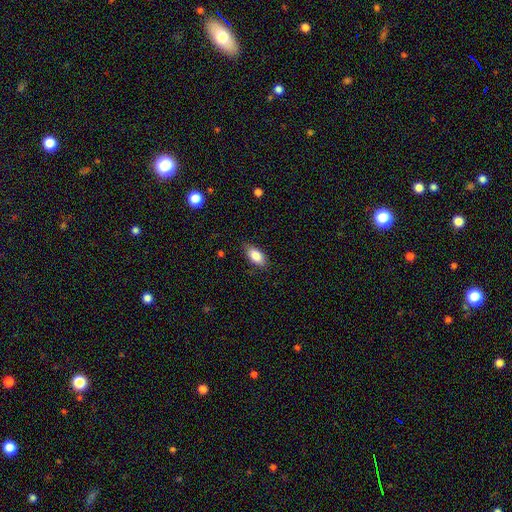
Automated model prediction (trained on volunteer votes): Smooth or featured?
  - smooth: 85% *
  - featured or disk: 8%
  - star or artifact: 7%
How rounded?
  - in between: 90% *
  - cigar-shaped: 6%
  - round: 4%
Merging?
  - none: 82% *
  - minor disturbance: 14%
  - major disturbance: 3%
  - merger: 1%